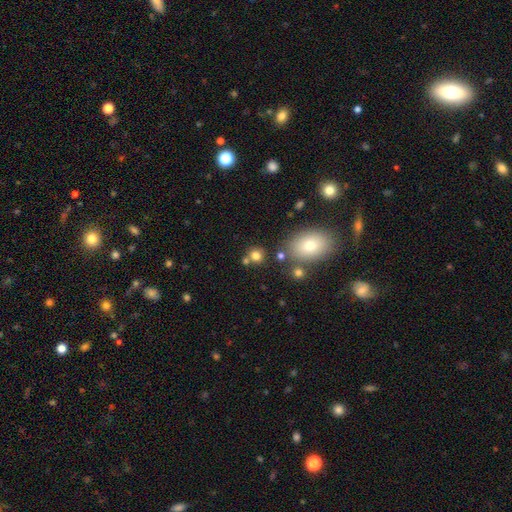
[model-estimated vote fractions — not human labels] This appears to be a smooth galaxy with no disk features (77%) that is round (84%). Merging: none (71%).